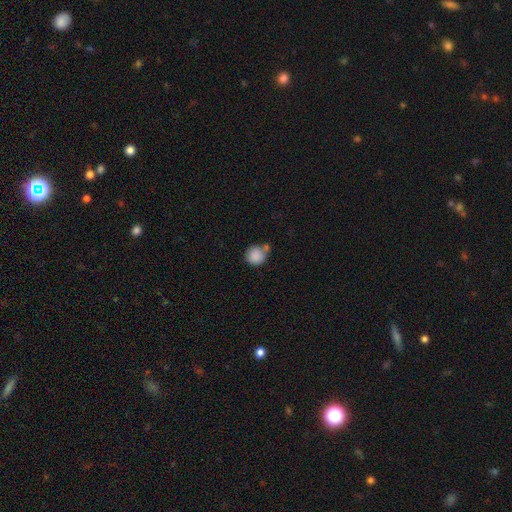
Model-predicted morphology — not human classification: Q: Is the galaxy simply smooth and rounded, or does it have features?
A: smooth — 87%.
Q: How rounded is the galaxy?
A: round — 90%.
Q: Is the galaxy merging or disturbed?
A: none — 54%.